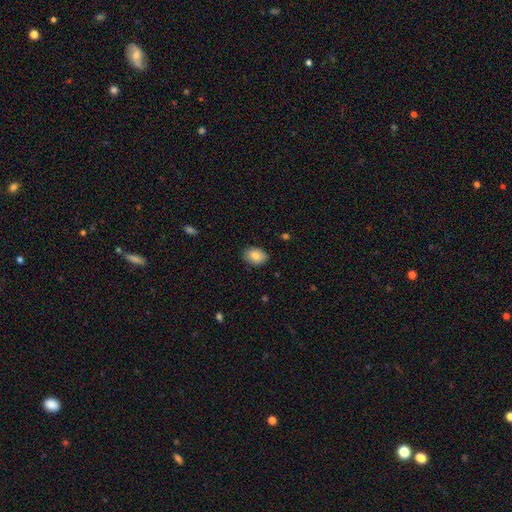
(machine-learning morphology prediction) This is clearly a smooth galaxy (84%). How rounded: likely in between (76%). Merging: clearly none (85%).